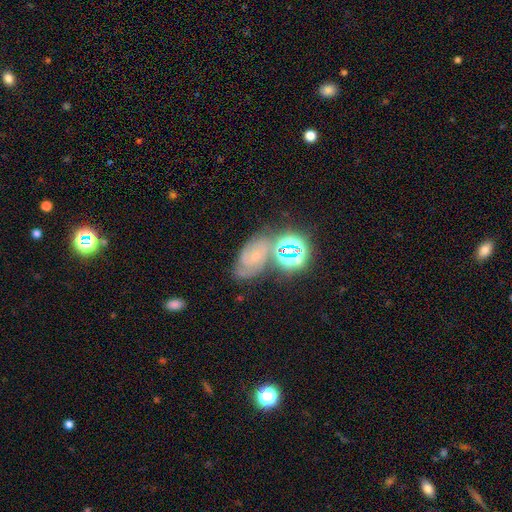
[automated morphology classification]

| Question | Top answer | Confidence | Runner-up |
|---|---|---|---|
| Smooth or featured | featured or disk | 60% | star or artifact (26%) |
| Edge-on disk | no | 96% | yes (4%) |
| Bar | no | 61% | weak (30%) |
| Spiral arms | yes | 94% | no (6%) |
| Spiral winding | tight | 55% | medium (38%) |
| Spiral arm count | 2 | 54% | can't tell (18%) |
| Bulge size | small | 66% | moderate (26%) |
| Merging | none | 61% | minor disturbance (19%) |